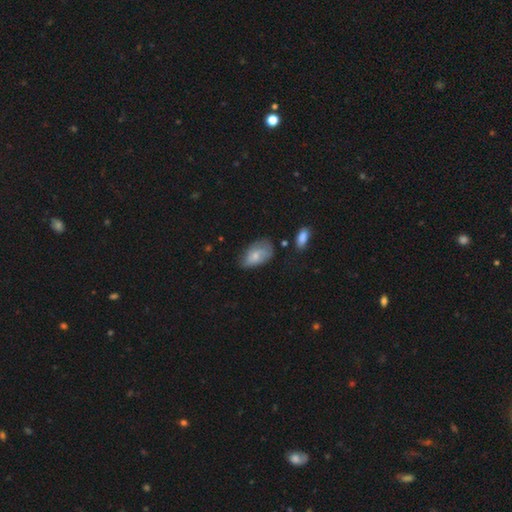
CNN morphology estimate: This is likely a smooth galaxy (65%). How rounded: clearly in between (91%). Merging: marginally none (42%).